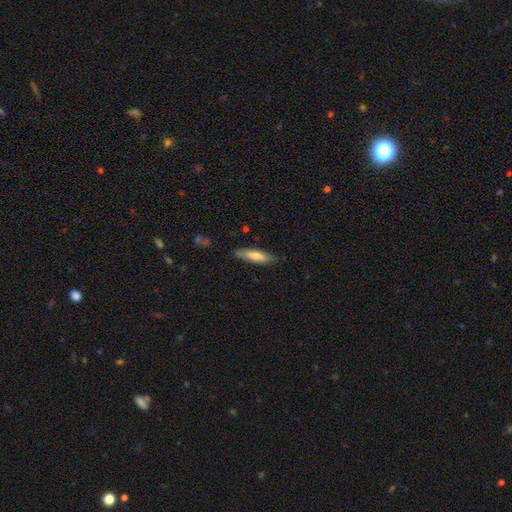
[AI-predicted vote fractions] This is likely a smooth galaxy (64%). How rounded: likely cigar-shaped (74%). Merging: clearly none (85%).